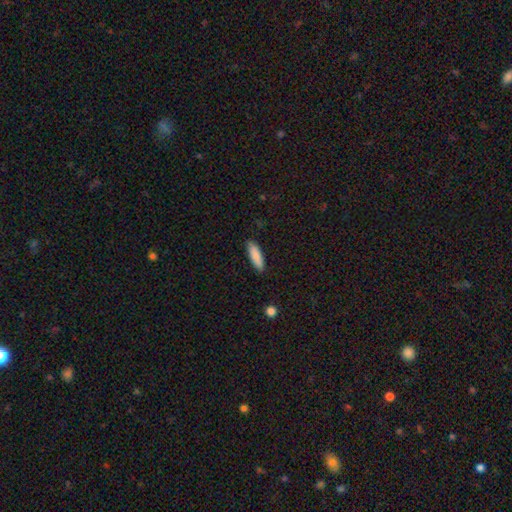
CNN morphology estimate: A smooth galaxy with no disk features (86%) that is cigar-shaped (56%). Merging: none (88%).